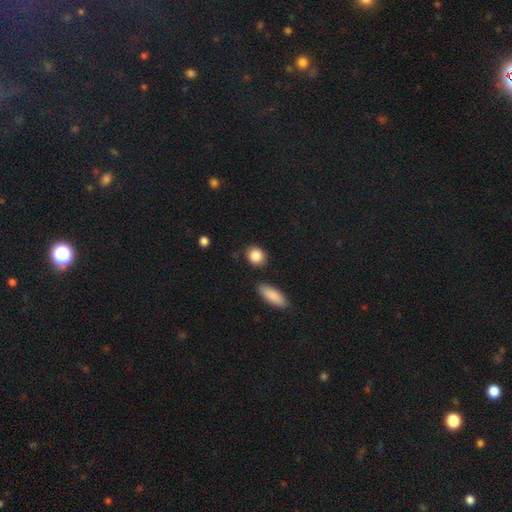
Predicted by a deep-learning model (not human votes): smooth_or_featured: smooth (p=0.87) [alt: star or artifact p=0.08]
how_rounded: round (p=0.64) [alt: in between p=0.33]
merging: none (p=0.83) [alt: minor disturbance p=0.10]